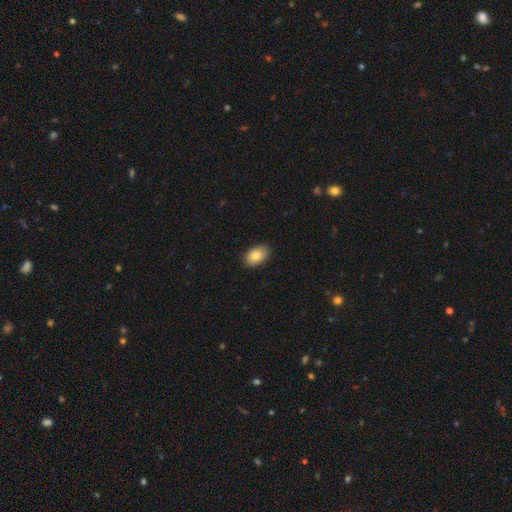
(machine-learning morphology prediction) This is clearly a smooth galaxy (85%). How rounded: clearly in between (88%). Merging: clearly none (87%).